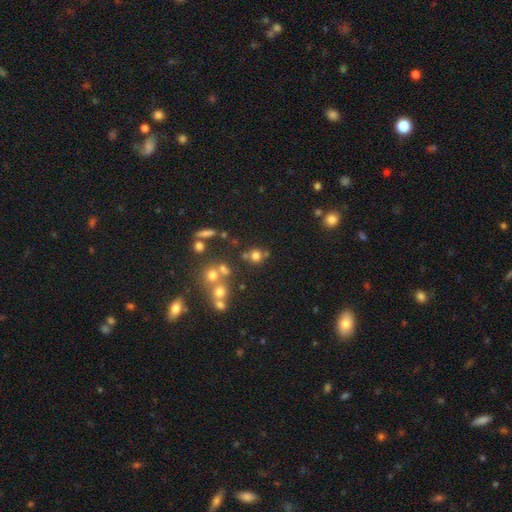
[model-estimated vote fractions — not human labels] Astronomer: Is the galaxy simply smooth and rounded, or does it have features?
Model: smooth — 69%.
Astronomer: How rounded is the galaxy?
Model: round — 87%.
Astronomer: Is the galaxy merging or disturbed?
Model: none — 64%.